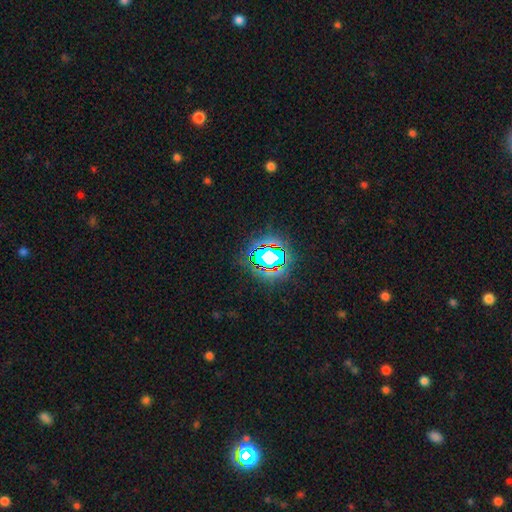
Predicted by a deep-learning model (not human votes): Q: Smooth or featured?
A: star or artifact (81%); runner-up: smooth (11%)